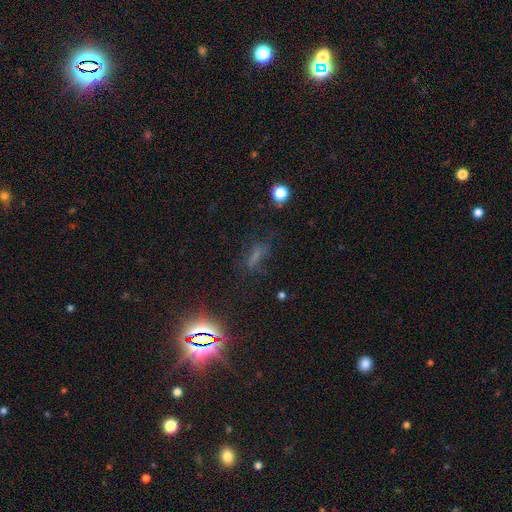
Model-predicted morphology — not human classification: smooth-or-featured: smooth: 43% | star or artifact: 39% | featured or disk: 18%
  merging: none: 59% | minor disturbance: 21% | major disturbance: 17% | merger: 4%